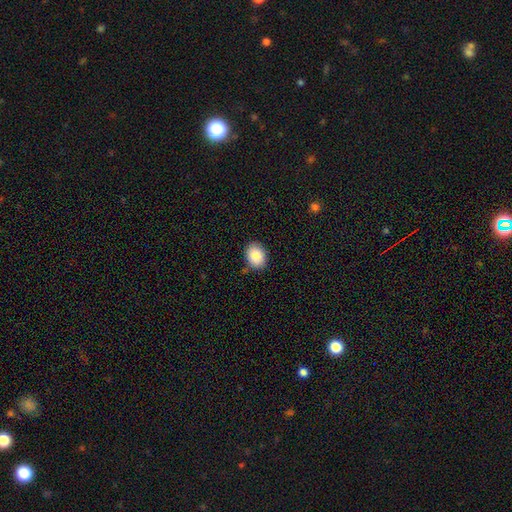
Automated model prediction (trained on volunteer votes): This appears to be a smooth galaxy with no disk features (86%) that is in between round and cigar-shaped (67%). Merging: none (85%).